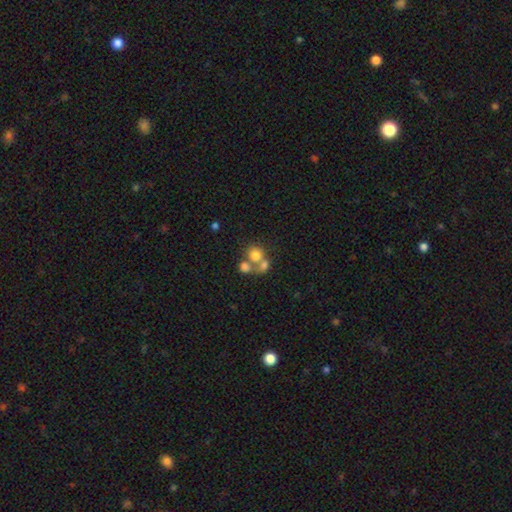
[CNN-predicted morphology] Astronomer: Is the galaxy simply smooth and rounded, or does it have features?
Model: smooth — 70%.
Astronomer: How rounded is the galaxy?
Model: round — 81%.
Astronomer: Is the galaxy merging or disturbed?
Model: merger — 50% (runner-up: none, 38%).